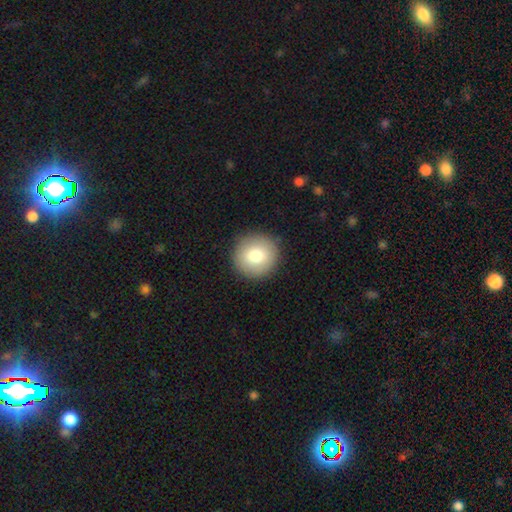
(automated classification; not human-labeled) Overall: smooth (79%). How rounded: round (95%). Merging: none (91%).